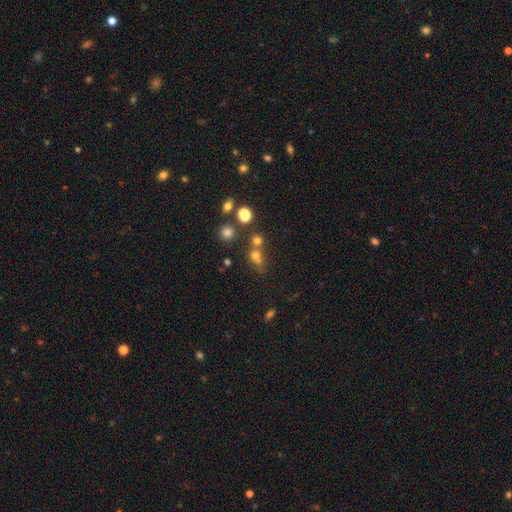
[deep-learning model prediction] The model was most divided on "merging": none: 46%, merger: 39%, minor disturbance: 9%, major disturbance: 6%. More confident: how rounded — round (75%); smooth or featured — smooth (60%).